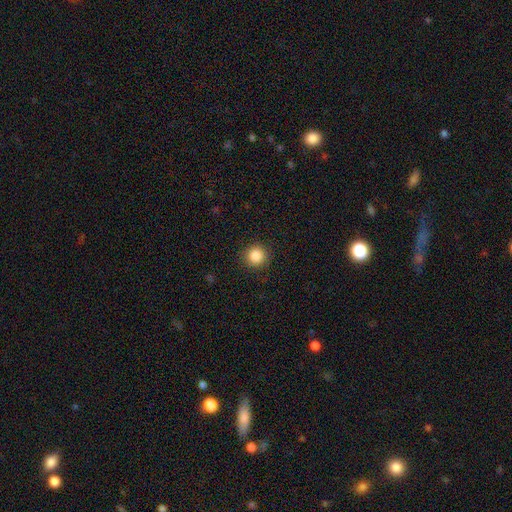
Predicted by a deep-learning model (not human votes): This is clearly a smooth galaxy (87%). How rounded: clearly round (94%). Merging: clearly none (91%).